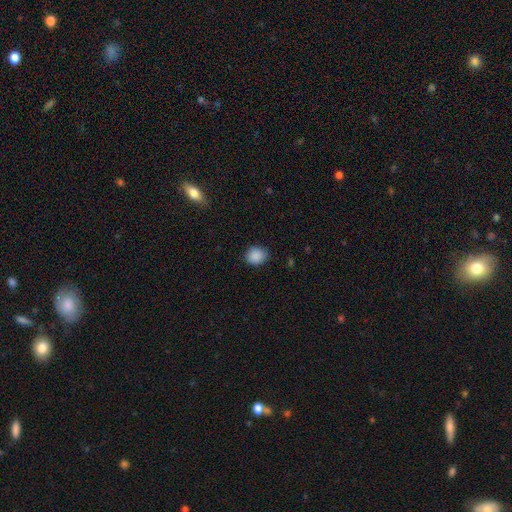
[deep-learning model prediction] A smooth galaxy with no disk features (88%) that is round (71%).

Vote fractions:
- Smooth or featured? smooth: 88% / star or artifact: 9% / featured or disk: 3%
- How rounded? round: 71% / in between: 28% / cigar-shaped: 1%
- Merging? none: 85% / minor disturbance: 12% / major disturbance: 3% / merger: 1%